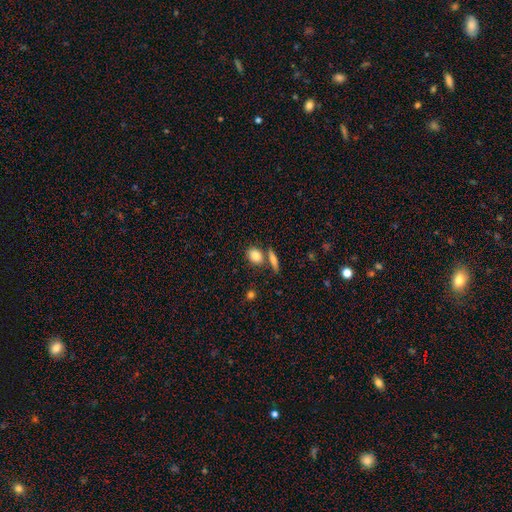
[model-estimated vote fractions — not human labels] A smooth galaxy with no disk features (83%) that is in between round and cigar-shaped (64%).

Vote fractions:
- Smooth or featured? smooth: 83% / featured or disk: 9% / star or artifact: 8%
- How rounded? in between: 64% / round: 32% / cigar-shaped: 5%
- Merging? none: 66% / merger: 21% / minor disturbance: 10% / major disturbance: 3%